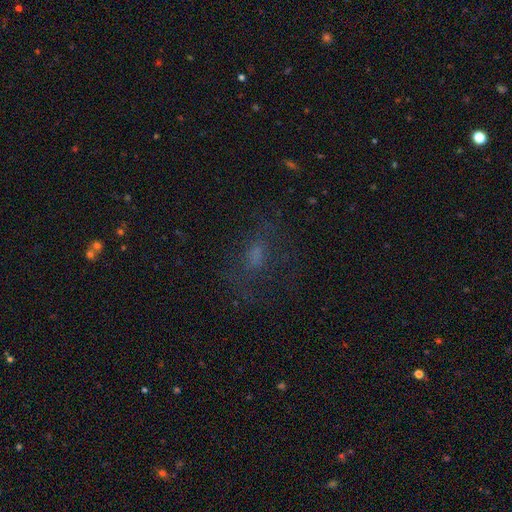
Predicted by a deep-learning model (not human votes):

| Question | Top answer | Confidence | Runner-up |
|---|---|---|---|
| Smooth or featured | smooth | 43% | featured or disk (30%) |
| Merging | none | 58% | major disturbance (22%) |